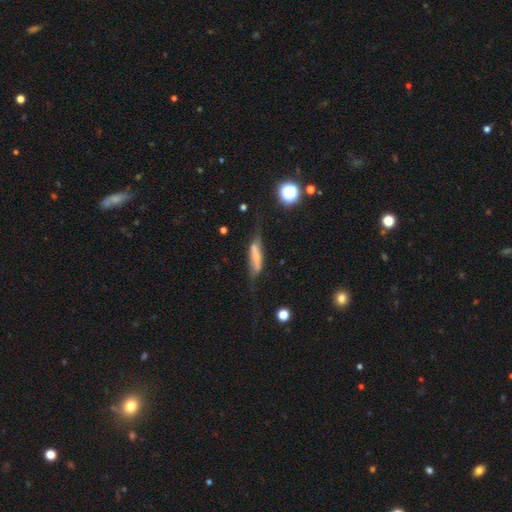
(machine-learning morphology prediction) Overall: smooth (48%; featured or disk 42%). Merging: none (43%; minor disturbance 28%).